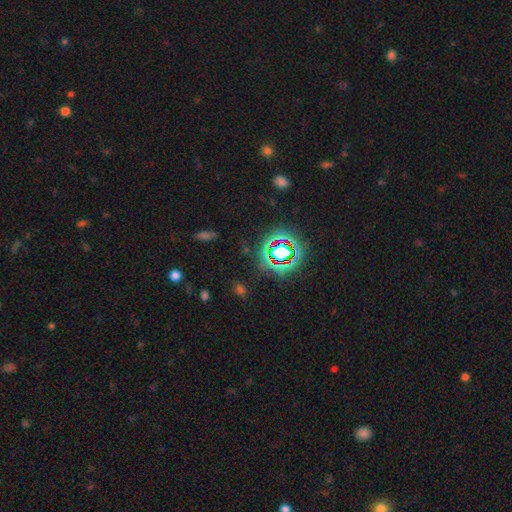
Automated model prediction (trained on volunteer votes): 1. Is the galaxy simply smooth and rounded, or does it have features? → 64% star or artifact, 21% smooth, 15% featured or disk.